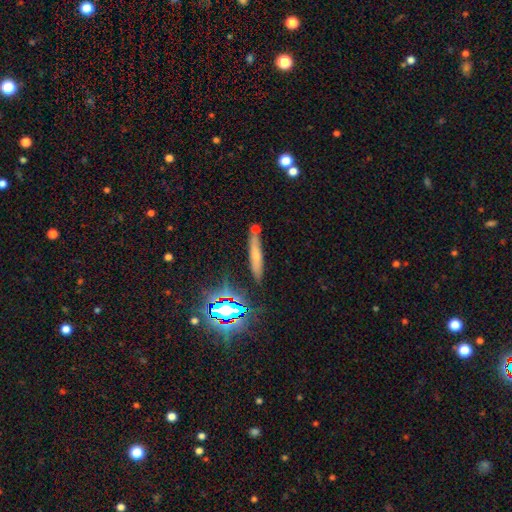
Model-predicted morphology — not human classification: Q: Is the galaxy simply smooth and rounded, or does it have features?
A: smooth — 53%.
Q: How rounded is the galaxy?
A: cigar-shaped — 85%.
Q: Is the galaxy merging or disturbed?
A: none — 74%.